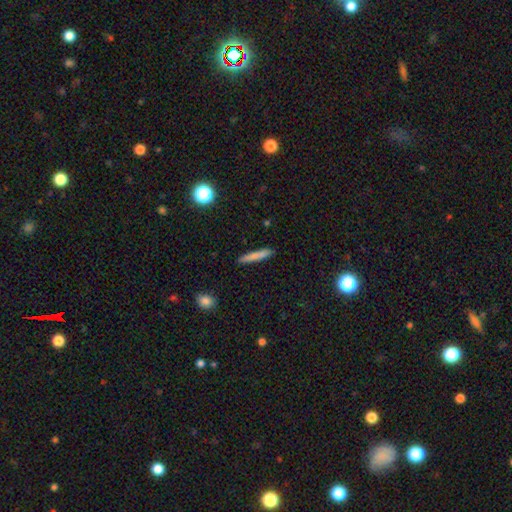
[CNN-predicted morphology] smooth_or_featured: smooth (p=0.80) [alt: featured or disk p=0.13]
how_rounded: cigar-shaped (p=0.93) [alt: in between p=0.05]
merging: none (p=0.89) [alt: minor disturbance p=0.08]